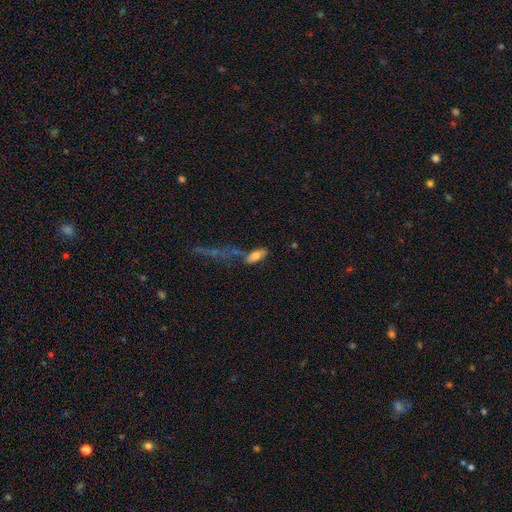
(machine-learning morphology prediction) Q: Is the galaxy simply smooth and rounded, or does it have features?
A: smooth — 74%.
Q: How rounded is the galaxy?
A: in between — 82%.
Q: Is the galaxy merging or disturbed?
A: none — 58%.